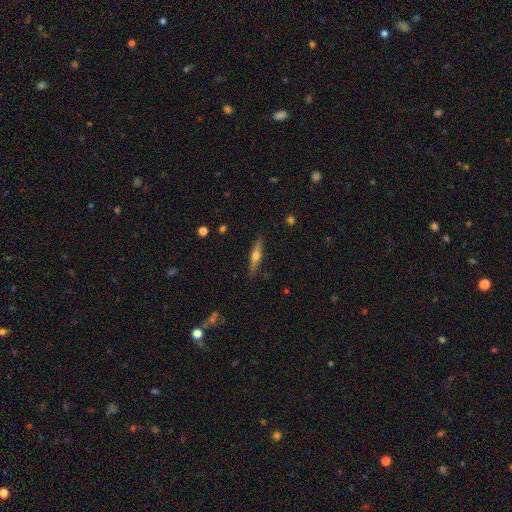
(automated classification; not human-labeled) A featured or disk galaxy (56%) viewed edge-on (94%) with a rounded central bulge (90%).

Vote fractions:
- Smooth or featured? featured or disk: 56% / smooth: 37% / star or artifact: 6%
- Edge-on disk? yes: 94% / no: 6%
- Edge-on bulge? rounded: 90% / none: 7% / boxy: 3%
- Merging? none: 88% / minor disturbance: 9% / major disturbance: 2% / merger: 1%